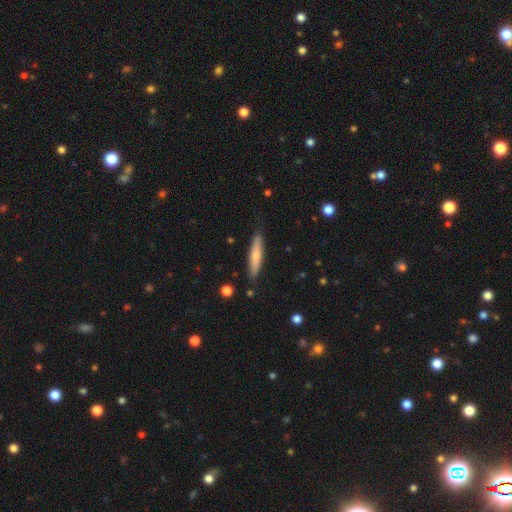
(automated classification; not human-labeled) Smooth or featured: smooth — 66% (featured or disk — 29%)
How rounded: cigar-shaped — 87% (in between — 12%)
Merging: none — 85% (minor disturbance — 11%)